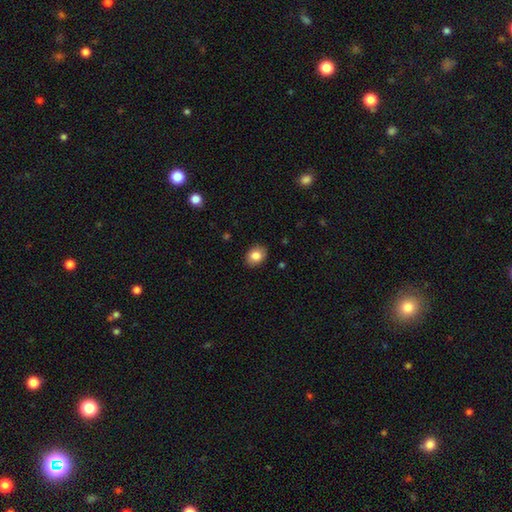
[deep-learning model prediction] Morphology: type=smooth (84%); roundness=in between (65%); merging=none (88%).